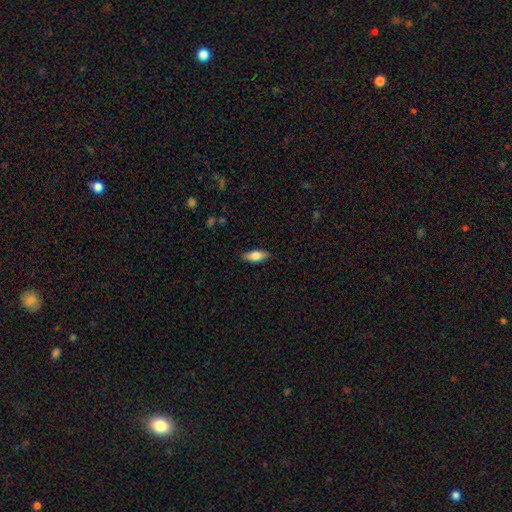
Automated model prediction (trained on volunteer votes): This is likely a smooth galaxy (78%). How rounded: likely in between (74%). Merging: clearly none (86%).